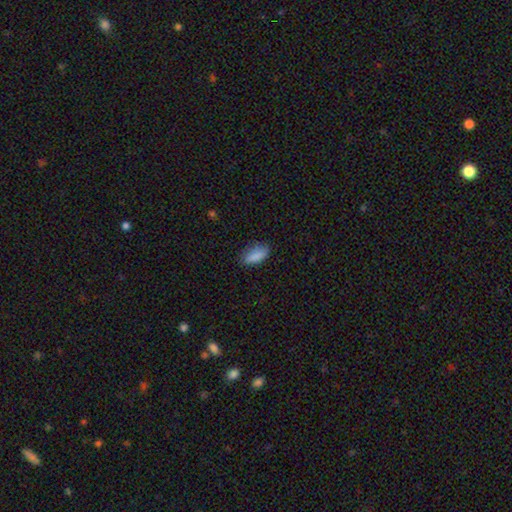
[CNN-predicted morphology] type=smooth (87%); roundness=in between (84%); merging=none (75%).